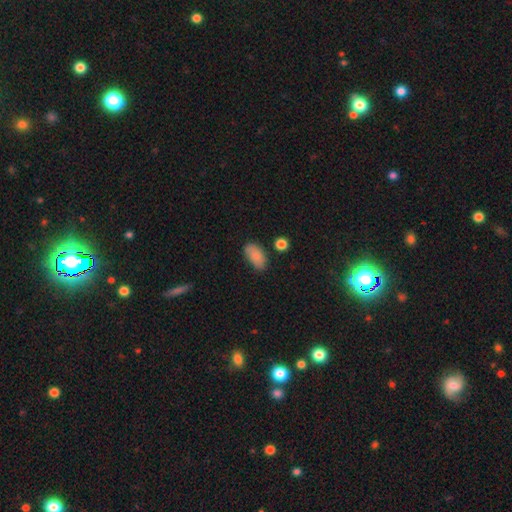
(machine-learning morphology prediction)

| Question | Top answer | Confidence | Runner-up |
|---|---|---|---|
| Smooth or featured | smooth | 85% | featured or disk (8%) |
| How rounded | in between | 92% | round (5%) |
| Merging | none | 71% | minor disturbance (21%) |